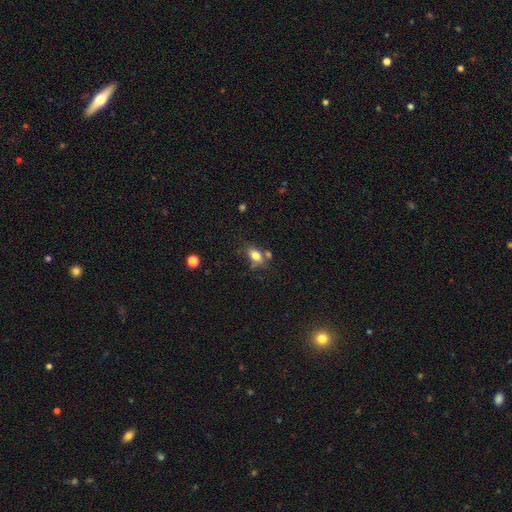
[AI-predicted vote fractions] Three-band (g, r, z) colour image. It shows a smooth galaxy with no disk features (79%) that is in between round and cigar-shaped (84%). Merging: none (63%).